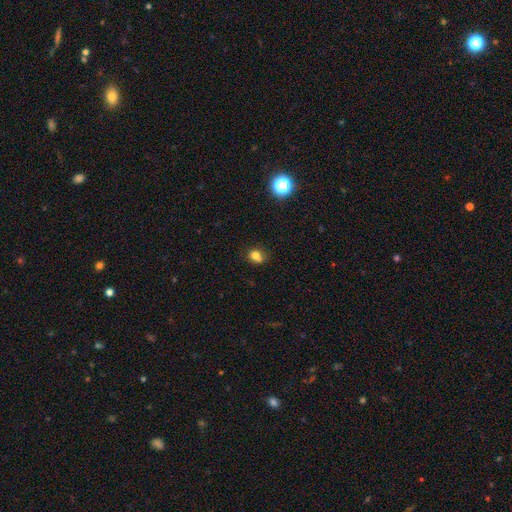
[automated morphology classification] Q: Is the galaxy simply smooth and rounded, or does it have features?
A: smooth — 75%.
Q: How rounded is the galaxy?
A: round — 61%.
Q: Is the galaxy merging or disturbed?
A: none — 52%.